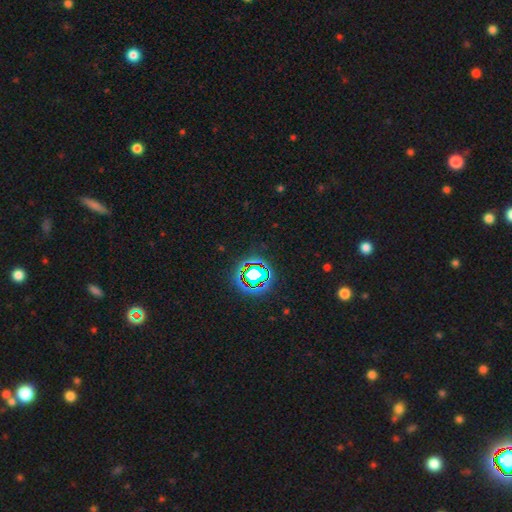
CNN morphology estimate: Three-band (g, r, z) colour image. It shows a star or artifact, not a galaxy (77%).